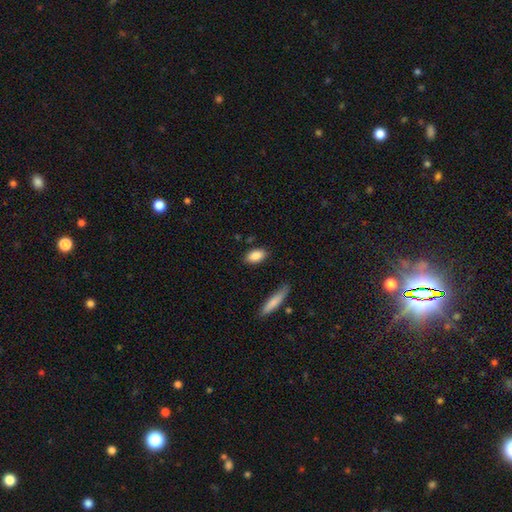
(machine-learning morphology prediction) Smooth or featured: smooth — 87% (star or artifact — 7%)
How rounded: in between — 89% (cigar-shaped — 6%)
Merging: none — 84% (minor disturbance — 11%)